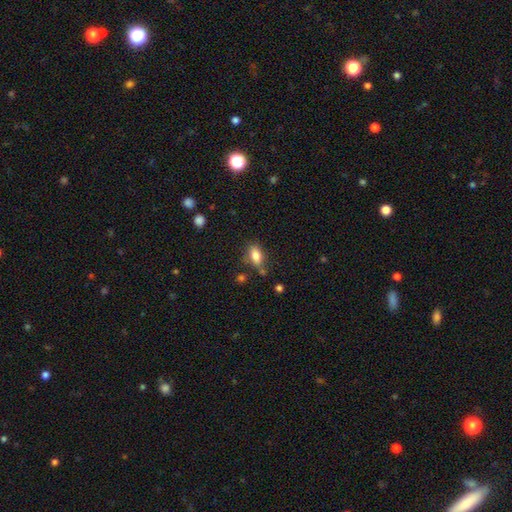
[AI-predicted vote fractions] Smooth or featured? smooth (81%)
How rounded? in between (84%)
Merging? none (66%)